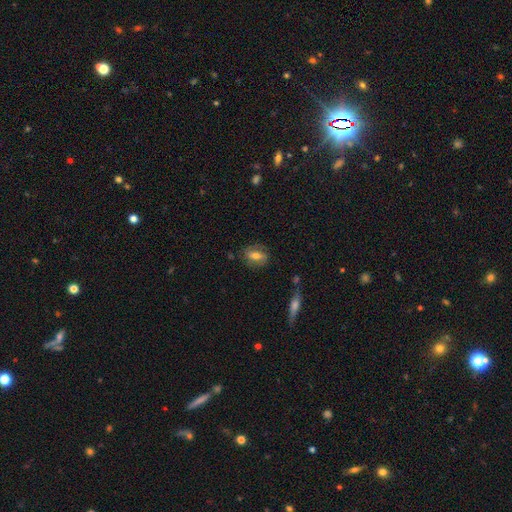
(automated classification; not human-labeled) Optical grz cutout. It shows a smooth galaxy with no disk features (55%) that is in between round and cigar-shaped (75%). Merging: none (71%).